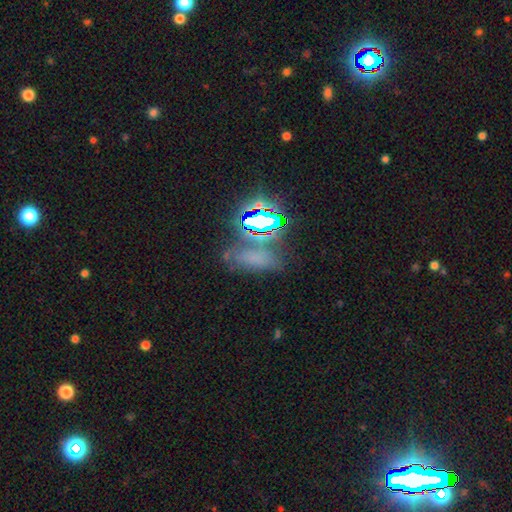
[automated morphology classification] Smooth or featured: star or artifact — 50% (smooth — 34%)